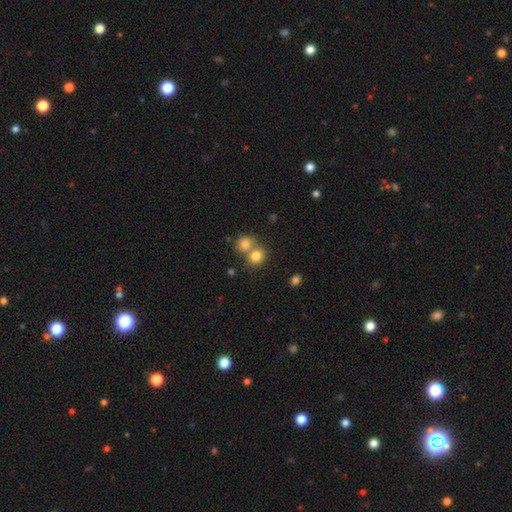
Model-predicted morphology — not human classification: This is clearly a smooth galaxy (80%). How rounded: likely round (77%). Merging: possibly merger (45%, tied with none).